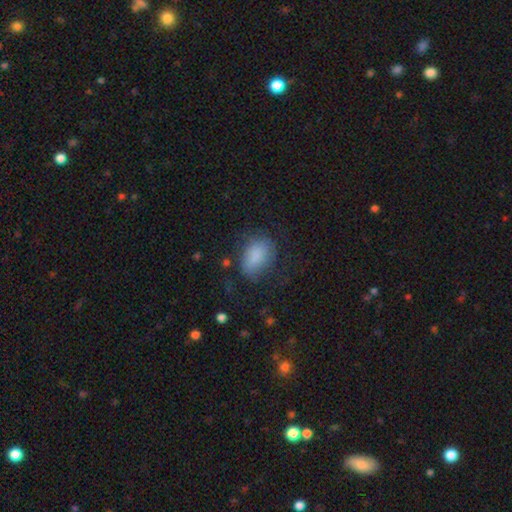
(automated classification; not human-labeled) Smooth or featured? Predicted: smooth (p=0.81). How rounded? Predicted: in between (p=0.84). Merging? Predicted: none (p=0.59).